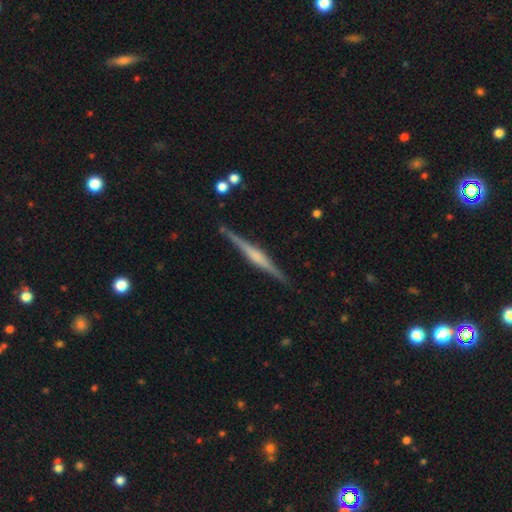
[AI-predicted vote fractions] Smooth or featured: featured or disk — 78% (smooth — 17%)
Edge-on disk: yes — 98% (no — 2%)
Edge-on bulge: rounded — 54% (boxy — 29%)
Merging: none — 90% (minor disturbance — 7%)